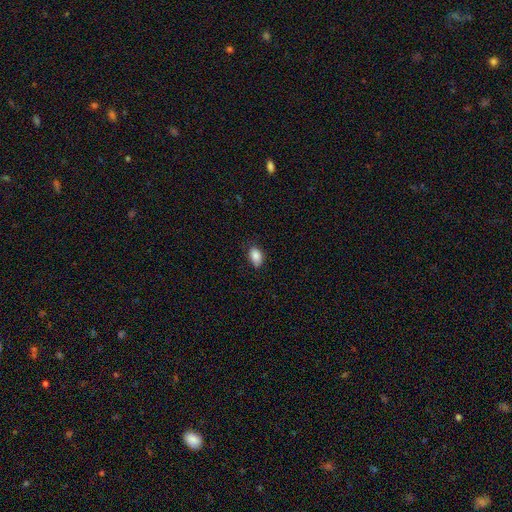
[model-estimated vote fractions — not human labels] Overall: smooth (87%). How rounded: in between (87%). Merging: none (71%).